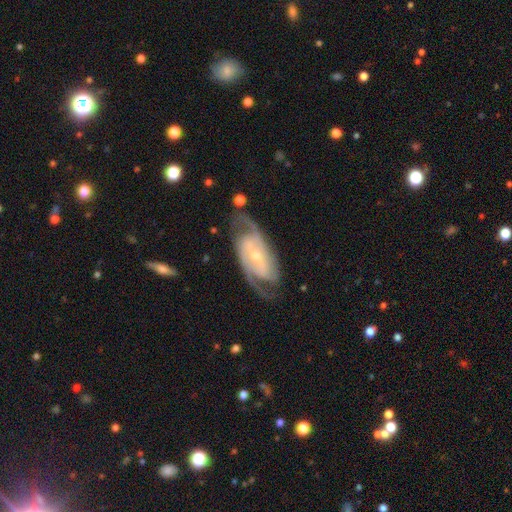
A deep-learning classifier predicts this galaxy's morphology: Q: Smooth or featured?
A: featured or disk (88%); runner-up: smooth (7%)
Q: Edge-on disk?
A: no (95%); runner-up: yes (5%)
Q: Bar?
A: no (48%); runner-up: weak (33%)
Q: Spiral arms?
A: yes (96%); runner-up: no (4%)
Q: Spiral winding?
A: medium (46%); runner-up: tight (41%)
Q: Spiral arm count?
A: 2 (83%); runner-up: can't tell (7%)
Q: Bulge size?
A: small (60%); runner-up: moderate (36%)
Q: Merging?
A: none (74%); runner-up: minor disturbance (16%)